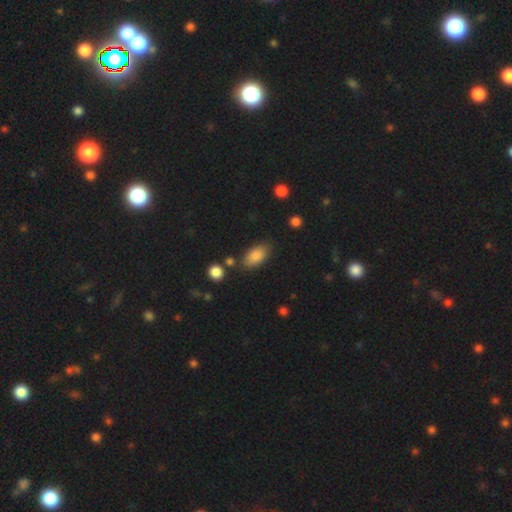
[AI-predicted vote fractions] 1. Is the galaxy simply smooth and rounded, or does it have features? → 85% smooth, 7% star or artifact, 7% featured or disk.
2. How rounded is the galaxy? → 91% in between, 5% cigar-shaped, 4% round.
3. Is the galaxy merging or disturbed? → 78% none, 13% minor disturbance, 5% merger, 4% major disturbance.